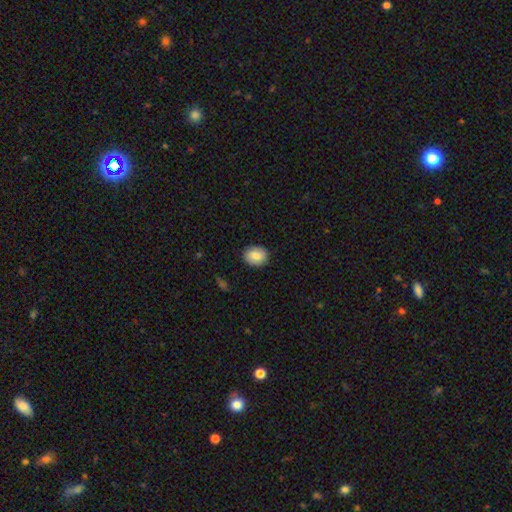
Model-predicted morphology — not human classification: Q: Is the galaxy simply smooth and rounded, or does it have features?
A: smooth — 82%.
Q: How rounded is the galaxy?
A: round — 60%.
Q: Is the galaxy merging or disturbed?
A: none — 89%.